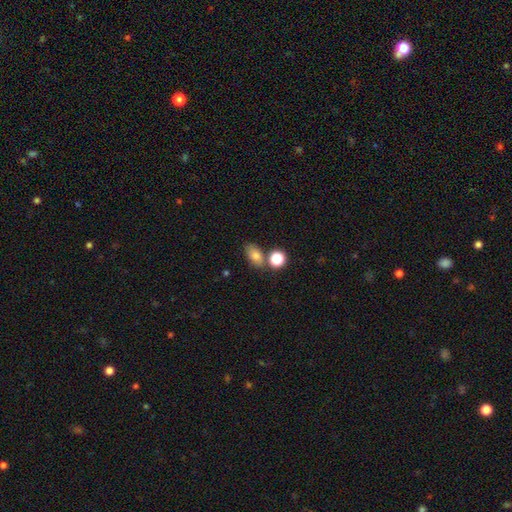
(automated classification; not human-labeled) smooth-or-featured: smooth: 78% | star or artifact: 12% | featured or disk: 10%
  how-rounded: in between: 81% | round: 17% | cigar-shaped: 2%
  merging: none: 65% | merger: 17% | minor disturbance: 14% | major disturbance: 4%